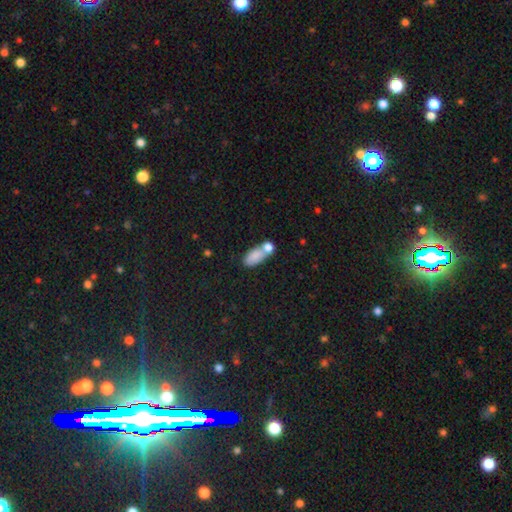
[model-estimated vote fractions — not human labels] smooth 81%, featured or disk 10%, star or artifact 8%. Down the decision tree: how rounded — in between (87%); merging — merger (43%).